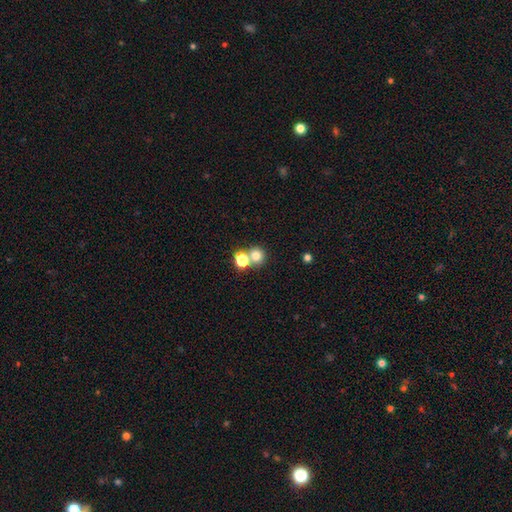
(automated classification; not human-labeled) Q: Smooth or featured?
A: smooth (76%); runner-up: star or artifact (15%)
Q: How rounded?
A: round (88%); runner-up: in between (11%)
Q: Merging?
A: none (54%); runner-up: merger (37%)